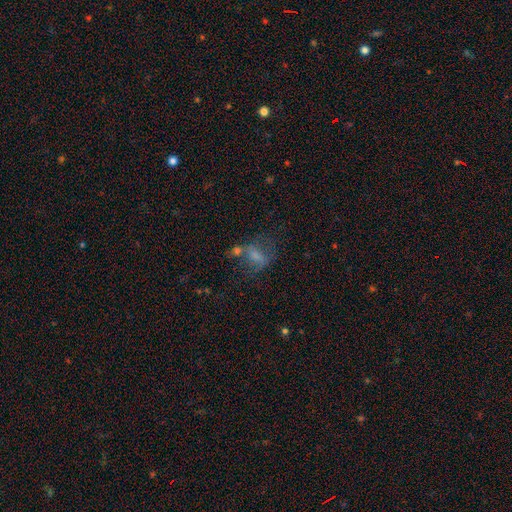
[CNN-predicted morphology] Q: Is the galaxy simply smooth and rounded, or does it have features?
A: smooth — 49%.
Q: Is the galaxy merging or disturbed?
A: none — 33%.